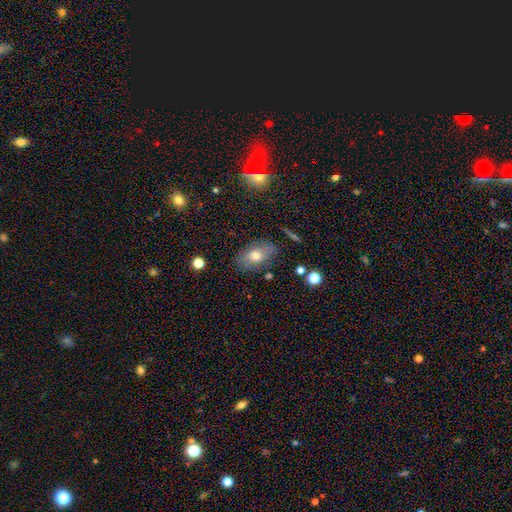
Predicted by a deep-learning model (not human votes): Smooth or featured? smooth (70%)
How rounded? in between (87%)
Merging? none (76%)